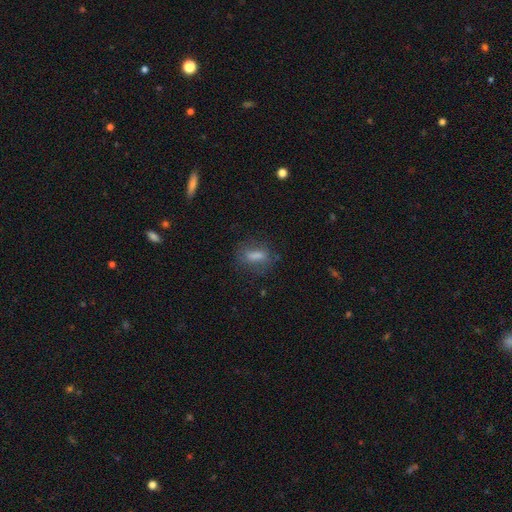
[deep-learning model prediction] smooth_or_featured: smooth (p=0.65) [alt: featured or disk p=0.21]
how_rounded: in between (p=0.55) [alt: cigar-shaped p=0.36]
merging: none (p=0.72) [alt: minor disturbance p=0.17]